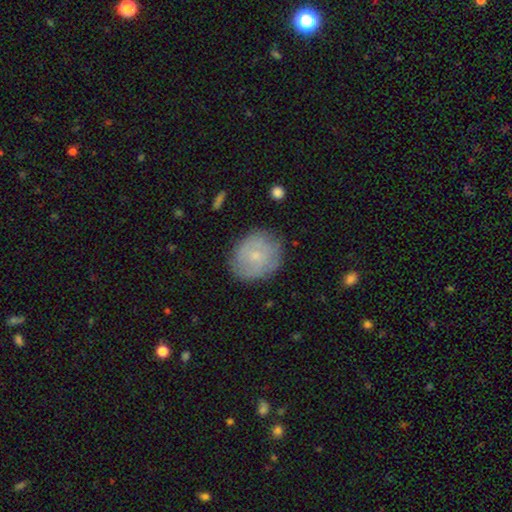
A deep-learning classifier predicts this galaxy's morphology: Smooth or featured? Predicted: smooth (p=0.54). How rounded? Predicted: round (p=0.73). Merging? Predicted: none (p=0.78).